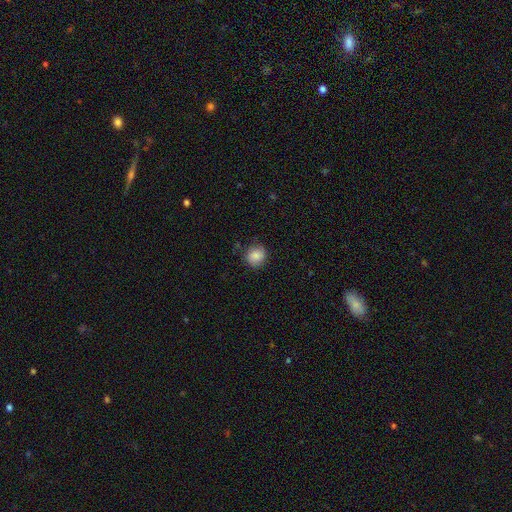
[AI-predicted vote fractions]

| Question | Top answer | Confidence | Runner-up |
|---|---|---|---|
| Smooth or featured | smooth | 85% | star or artifact (8%) |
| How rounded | round | 85% | in between (14%) |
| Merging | none | 81% | minor disturbance (14%) |